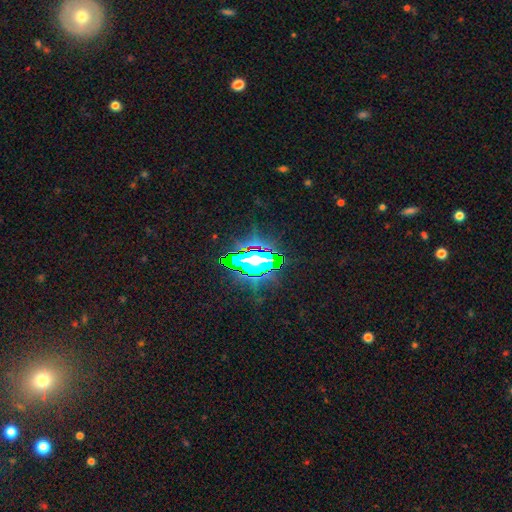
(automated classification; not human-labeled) smooth_or_featured: star or artifact (p=0.77) [alt: smooth p=0.12]